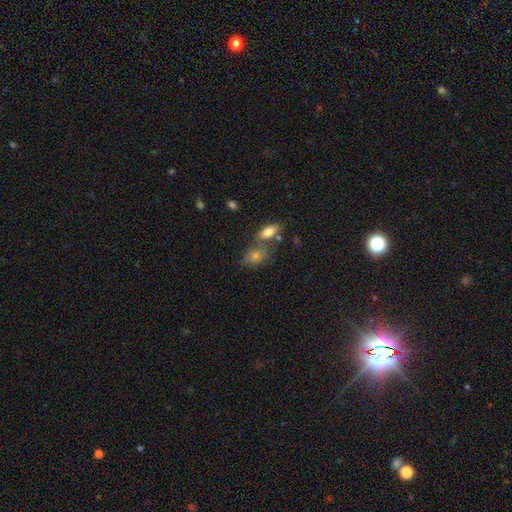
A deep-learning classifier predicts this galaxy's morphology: smooth_or_featured: smooth (p=0.65) [alt: featured or disk p=0.19]
how_rounded: in between (p=0.69) [alt: round p=0.24]
merging: none (p=0.49) [alt: merger p=0.33]